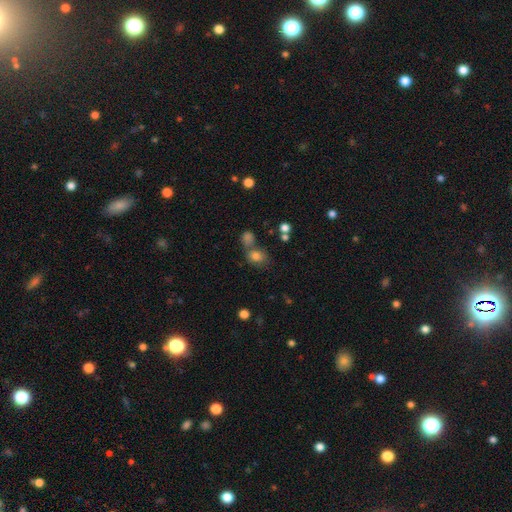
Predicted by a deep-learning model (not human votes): smooth 63%, star or artifact 26%, featured or disk 11%. Down the decision tree: how rounded — round (62%); merging — none (59%).